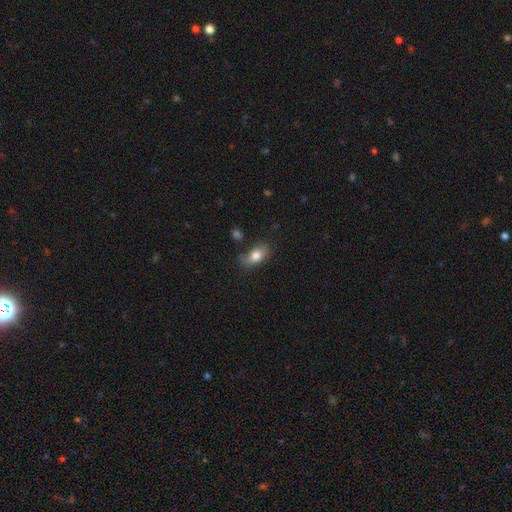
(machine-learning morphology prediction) smooth-or-featured: smooth: 77% | featured or disk: 15% | star or artifact: 8%
  how-rounded: in between: 85% | round: 9% | cigar-shaped: 6%
  merging: none: 60% | minor disturbance: 27% | major disturbance: 8% | merger: 5%